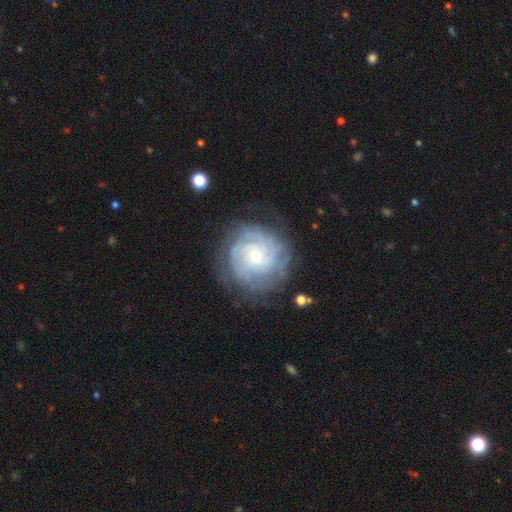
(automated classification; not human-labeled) Morphology: type=featured or disk (82%); edge-on=no (98%); bar=no (74%); spiral arms=yes (95%); winding=tight (75%); arm count=can't tell (35%); bulge=small (73%); merging=none (75%).